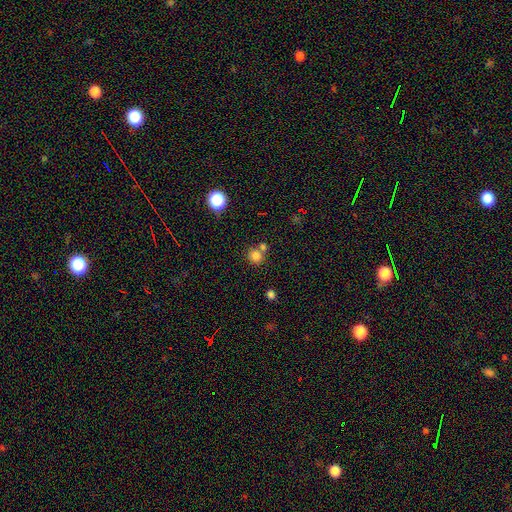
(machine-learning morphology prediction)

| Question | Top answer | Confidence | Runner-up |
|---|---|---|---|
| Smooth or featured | smooth | 80% | star or artifact (14%) |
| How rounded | round | 87% | in between (12%) |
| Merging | none | 61% | merger (27%) |